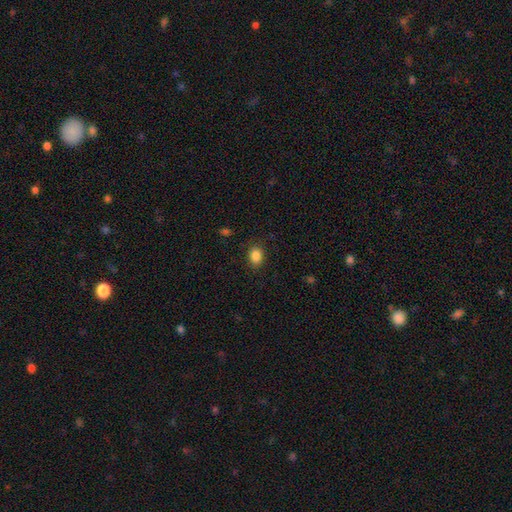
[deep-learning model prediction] Morphology: type=smooth (86%); roundness=in between (63%); merging=none (86%).